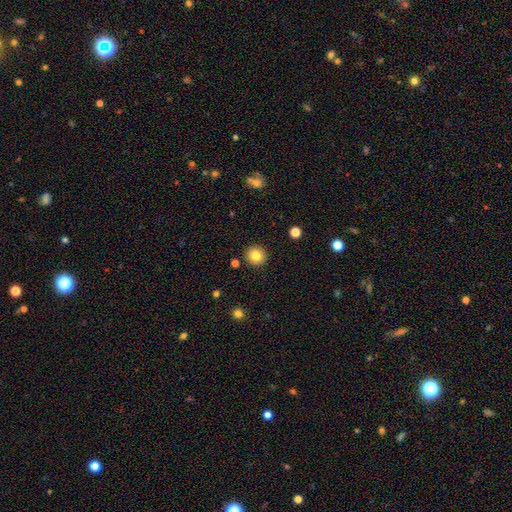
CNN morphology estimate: A smooth galaxy with no disk features (82%) that is round (93%).

Vote fractions:
- Smooth or featured? smooth: 82% / star or artifact: 10% / featured or disk: 8%
- How rounded? round: 93% / in between: 6% / cigar-shaped: 1%
- Merging? none: 91% / minor disturbance: 6% / major disturbance: 2% / merger: 2%